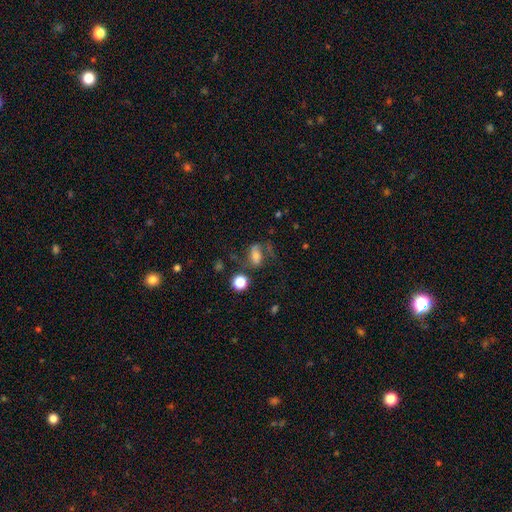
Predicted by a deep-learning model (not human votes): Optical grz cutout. It shows a smooth galaxy with no disk features (49%). Merging: none (48%).